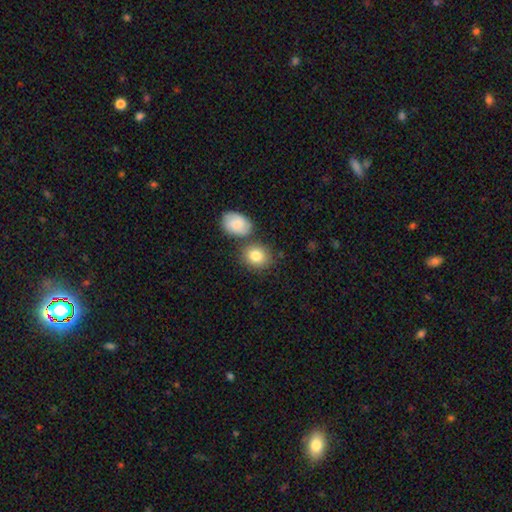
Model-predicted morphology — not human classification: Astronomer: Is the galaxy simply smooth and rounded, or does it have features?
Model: smooth — 83%.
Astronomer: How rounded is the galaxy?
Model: round — 57% (runner-up: in between, 42%).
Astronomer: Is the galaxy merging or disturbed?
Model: none — 66%.